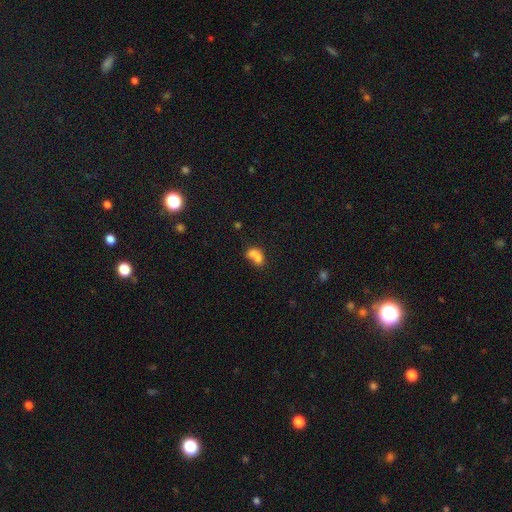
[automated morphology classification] Smooth or featured?
  - smooth: 70% *
  - featured or disk: 19%
  - star or artifact: 11%
How rounded?
  - in between: 54% *
  - round: 44%
  - cigar-shaped: 2%
Merging?
  - merger: 71% *
  - none: 19%
  - minor disturbance: 6%
  - major disturbance: 4%